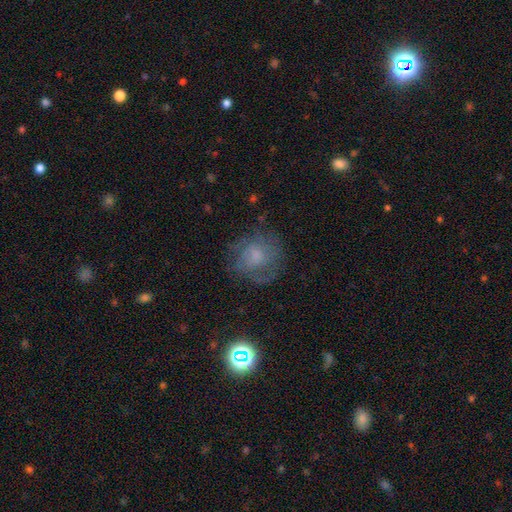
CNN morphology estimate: Smooth or featured?
  - featured or disk: 46% *
  - smooth: 41%
  - star or artifact: 14%
Merging?
  - none: 67% *
  - minor disturbance: 18%
  - major disturbance: 14%
  - merger: 1%